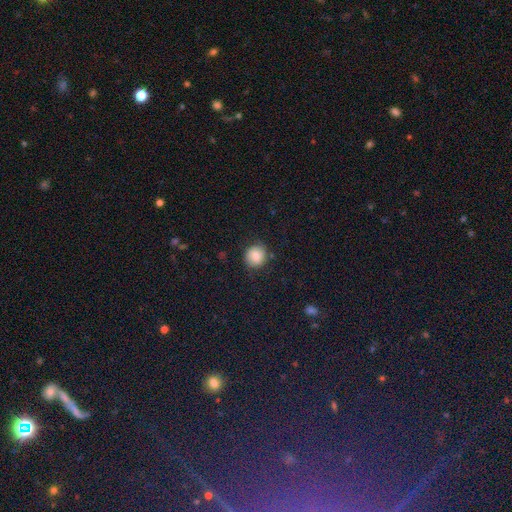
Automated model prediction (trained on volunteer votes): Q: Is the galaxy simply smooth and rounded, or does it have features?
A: smooth — 79%.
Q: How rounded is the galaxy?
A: round — 85%.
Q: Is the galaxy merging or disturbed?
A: none — 81%.